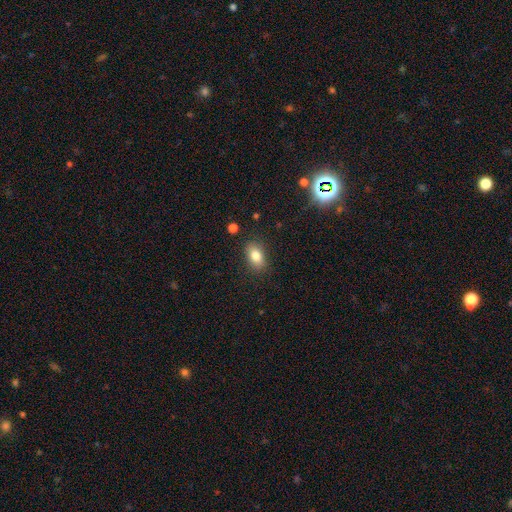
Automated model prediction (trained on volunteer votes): The model was most divided on "smooth or featured": smooth: 83%, star or artifact: 9%, featured or disk: 9%. More confident: how rounded — in between (86%); merging — none (85%).